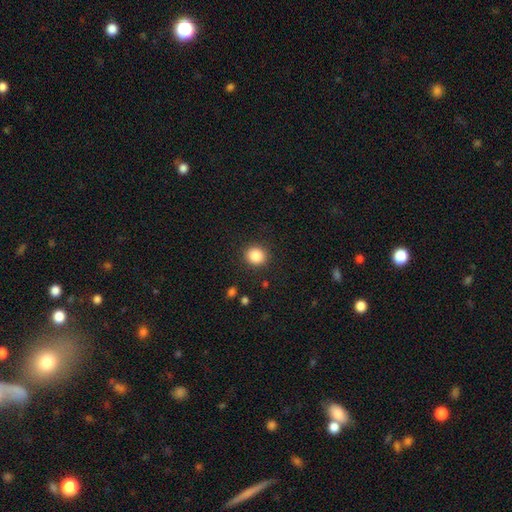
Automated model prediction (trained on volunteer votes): Morphology: type=smooth (86%); roundness=round (84%); merging=none (90%).